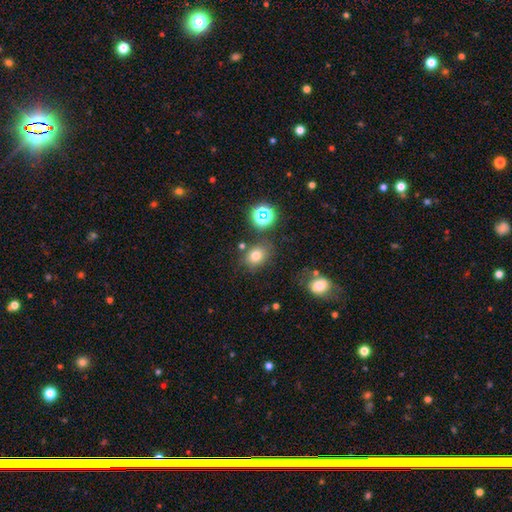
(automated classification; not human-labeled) A smooth galaxy with no disk features (73%) that is in between round and cigar-shaped (51%). Merging: none (74%).